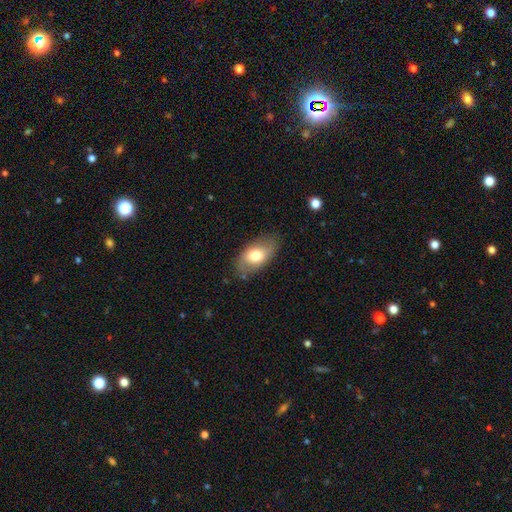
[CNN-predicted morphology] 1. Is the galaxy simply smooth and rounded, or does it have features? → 69% smooth, 24% featured or disk, 7% star or artifact.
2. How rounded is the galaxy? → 91% in between, 6% round, 3% cigar-shaped.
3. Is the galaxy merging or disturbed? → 77% none, 17% minor disturbance, 5% major disturbance, 2% merger.